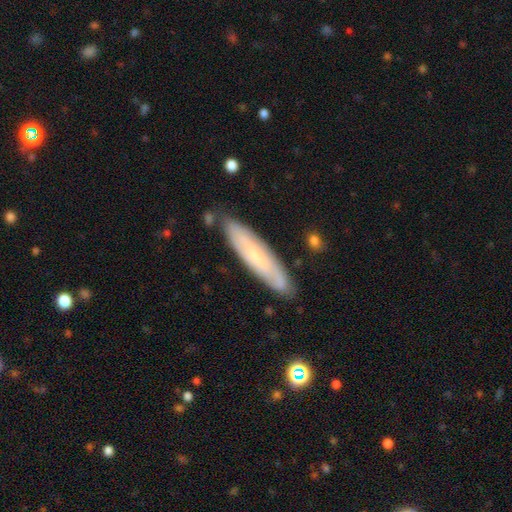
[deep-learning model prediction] This appears to be a featured or disk galaxy (47%). Merging: none (81%).